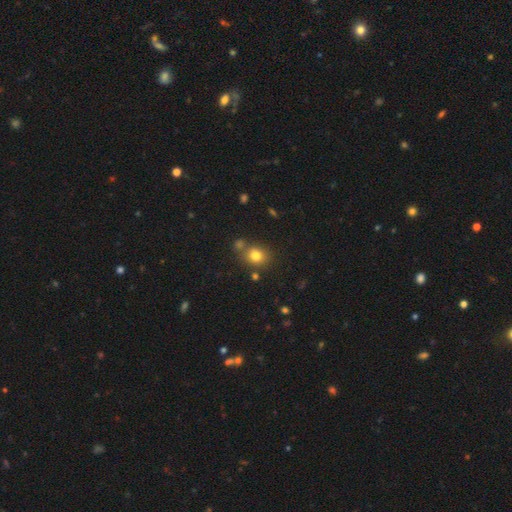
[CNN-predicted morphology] The model was most divided on "how rounded": round: 70%, in between: 29%, cigar-shaped: 1%. More confident: smooth or featured — smooth (78%); merging — none (70%).